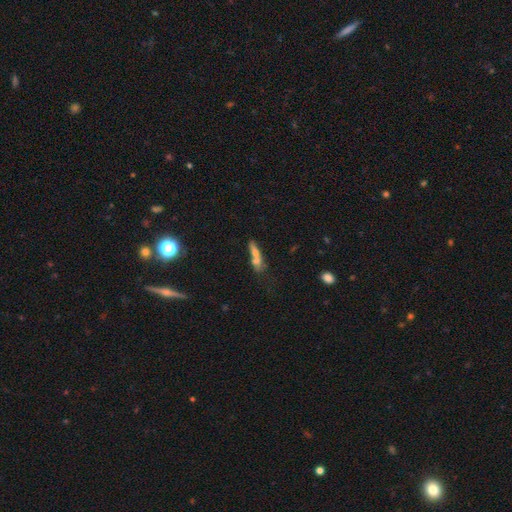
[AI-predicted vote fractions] Morphology: type=smooth (57%); roundness=cigar-shaped (60%); merging=merger (47%).